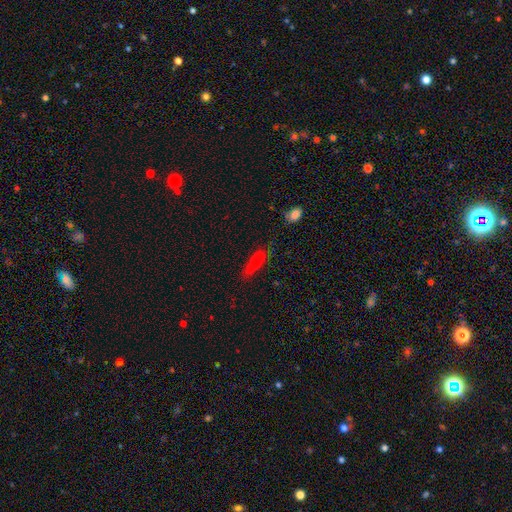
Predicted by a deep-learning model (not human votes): This is likely a smooth galaxy (74%). How rounded: likely cigar-shaped (62%). Merging: likely none (70%).